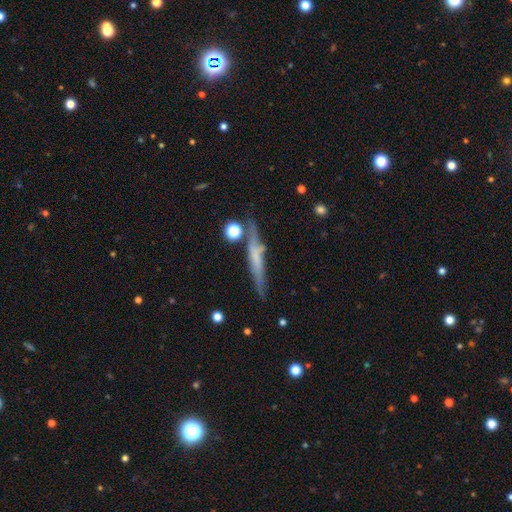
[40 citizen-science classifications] This is possibly a smooth galaxy (50%). How rounded: clearly cigar-shaped (95%). Merging: likely none (75%).